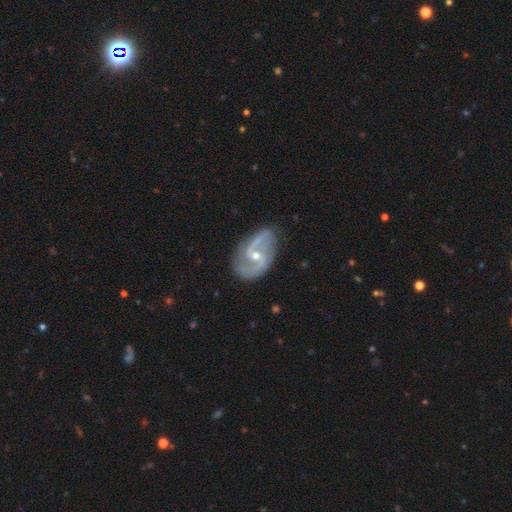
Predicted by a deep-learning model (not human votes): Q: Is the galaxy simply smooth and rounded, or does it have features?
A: featured or disk — 88%.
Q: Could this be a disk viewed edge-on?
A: no — 97%.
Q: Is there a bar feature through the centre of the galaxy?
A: weak — 45%.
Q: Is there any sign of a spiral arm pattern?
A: yes — 95%.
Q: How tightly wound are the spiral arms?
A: medium — 45%.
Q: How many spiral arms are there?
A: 2 — 89%.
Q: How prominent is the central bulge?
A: small — 51%.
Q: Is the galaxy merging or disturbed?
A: none — 73%.